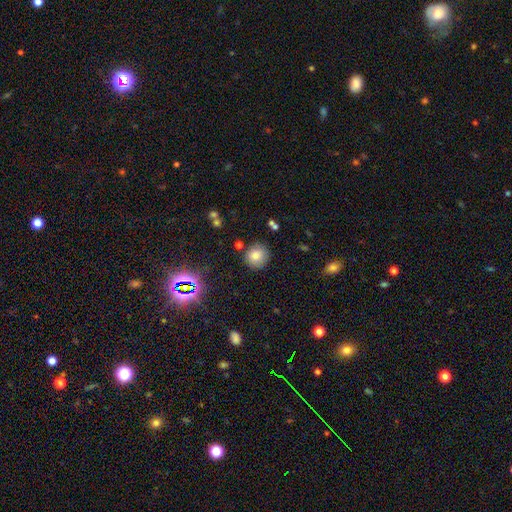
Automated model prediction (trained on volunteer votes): A smooth galaxy with no disk features (79%) that is round (91%).

Vote fractions:
- Smooth or featured? smooth: 79% / star or artifact: 13% / featured or disk: 8%
- How rounded? round: 91% / in between: 8% / cigar-shaped: 1%
- Merging? none: 84% / minor disturbance: 10% / merger: 3% / major disturbance: 3%